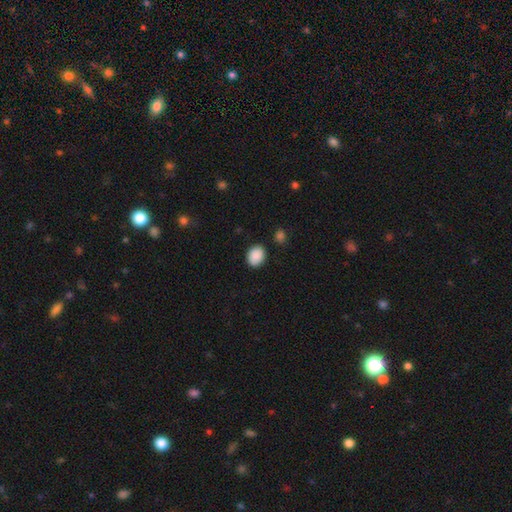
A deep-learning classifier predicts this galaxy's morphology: smooth_or_featured: smooth (p=0.90) [alt: star or artifact p=0.07]
how_rounded: in between (p=0.59) [alt: round p=0.40]
merging: none (p=0.86) [alt: minor disturbance p=0.09]